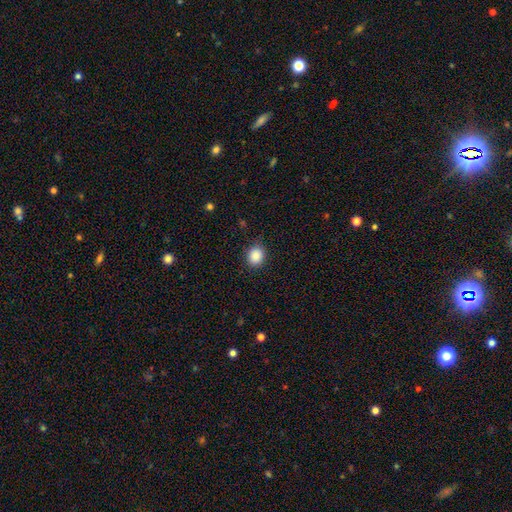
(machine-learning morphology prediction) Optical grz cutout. It shows a smooth galaxy with no disk features (88%) that is round (69%). Merging: none (87%).